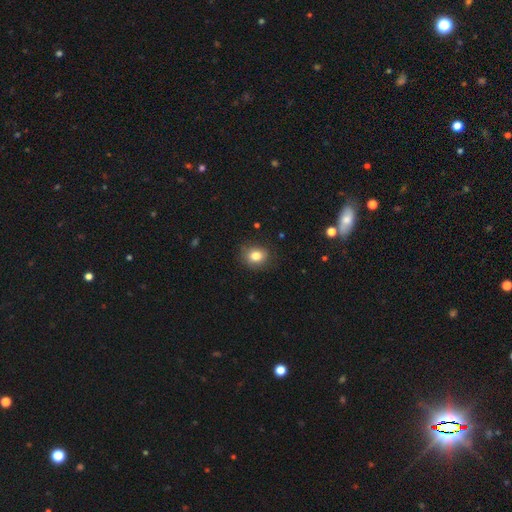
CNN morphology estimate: A smooth galaxy with no disk features (81%) that is round (61%).

Vote fractions:
- Smooth or featured? smooth: 81% / star or artifact: 10% / featured or disk: 9%
- How rounded? round: 61% / in between: 38% / cigar-shaped: 1%
- Merging? none: 81% / minor disturbance: 14% / major disturbance: 4% / merger: 1%